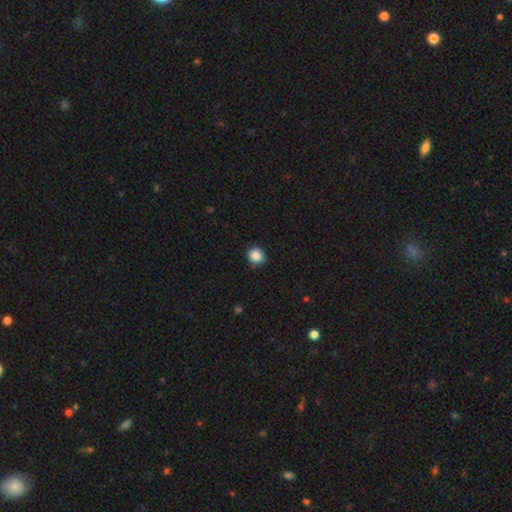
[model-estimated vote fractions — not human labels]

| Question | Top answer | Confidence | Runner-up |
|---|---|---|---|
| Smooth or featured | smooth | 87% | star or artifact (10%) |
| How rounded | round | 83% | in between (16%) |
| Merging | none | 84% | minor disturbance (13%) |